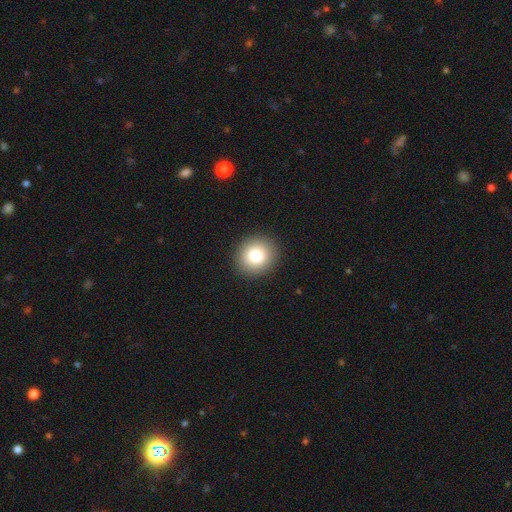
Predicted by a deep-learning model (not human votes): A smooth galaxy with no disk features (80%) that is round (89%).

Vote fractions:
- Smooth or featured? smooth: 80% / star or artifact: 10% / featured or disk: 9%
- How rounded? round: 89% / in between: 10% / cigar-shaped: 1%
- Merging? none: 92% / minor disturbance: 5% / major disturbance: 2% / merger: 1%